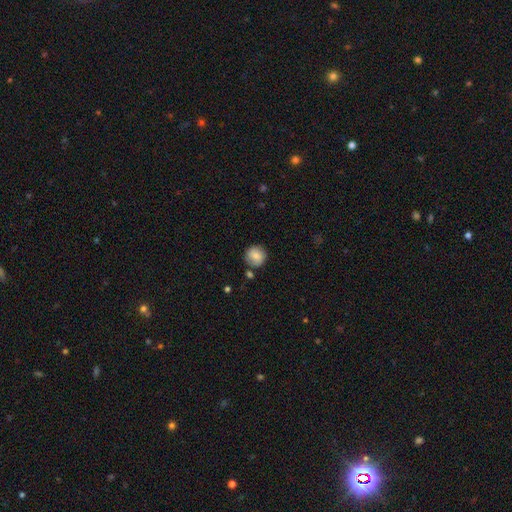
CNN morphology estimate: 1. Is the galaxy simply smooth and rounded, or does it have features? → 82% smooth, 10% featured or disk, 8% star or artifact.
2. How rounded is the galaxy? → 93% round, 7% in between, 1% cigar-shaped.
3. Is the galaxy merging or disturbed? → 80% none, 12% minor disturbance, 5% merger, 3% major disturbance.